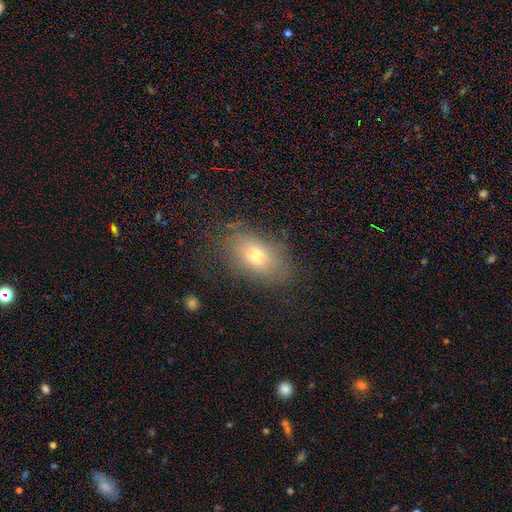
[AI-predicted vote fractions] Smooth or featured: smooth — 64% (featured or disk — 23%)
How rounded: in between — 83% (round — 13%)
Merging: none — 72% (minor disturbance — 17%)